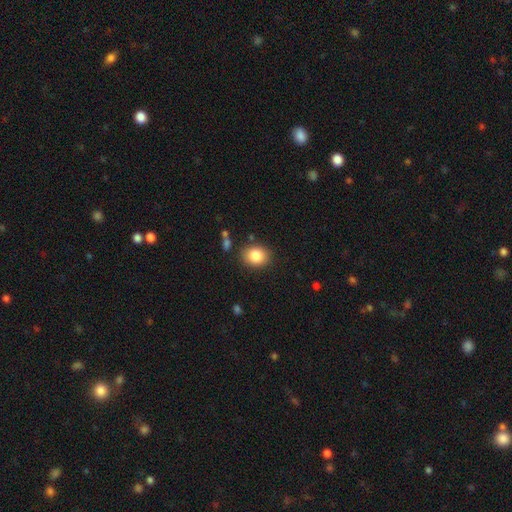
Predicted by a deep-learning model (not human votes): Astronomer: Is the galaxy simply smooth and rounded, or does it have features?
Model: smooth — 85%.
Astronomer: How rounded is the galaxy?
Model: round — 52% (runner-up: in between, 47%).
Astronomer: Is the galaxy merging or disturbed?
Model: none — 85%.